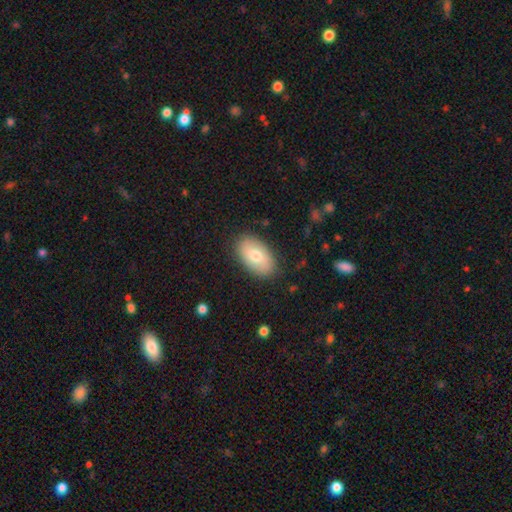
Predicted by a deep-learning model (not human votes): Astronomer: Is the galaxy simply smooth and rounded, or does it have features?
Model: smooth — 74%.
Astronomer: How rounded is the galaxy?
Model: in between — 94%.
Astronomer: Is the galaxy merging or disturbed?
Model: none — 86%.